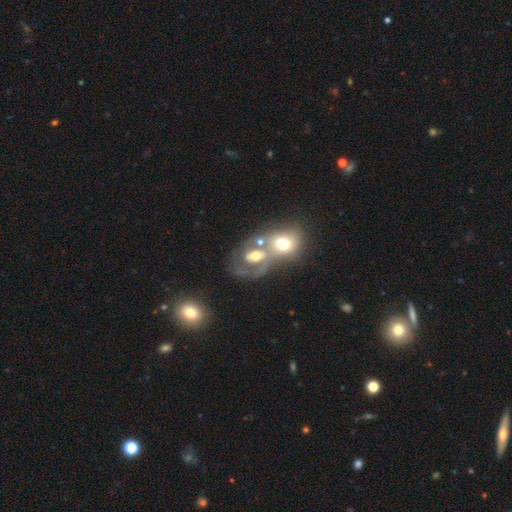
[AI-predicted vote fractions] Smooth or featured? featured or disk (56%)
Edge-on disk? no (96%)
Bar? no (64%)
Spiral arms? no (53%)
Bulge size? moderate (62%)
Merging? merger (63%)